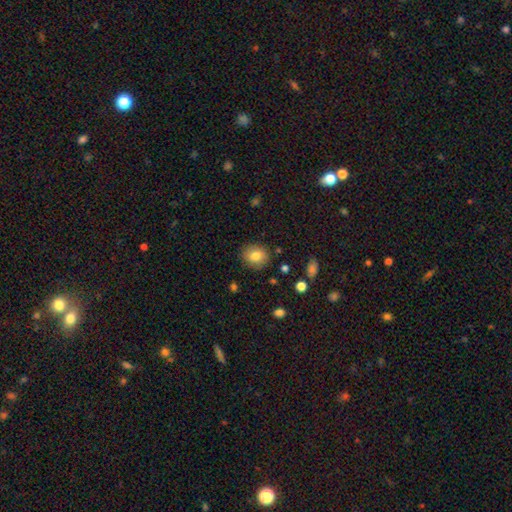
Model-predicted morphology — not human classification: type=smooth (80%); roundness=round (65%); merging=none (86%).